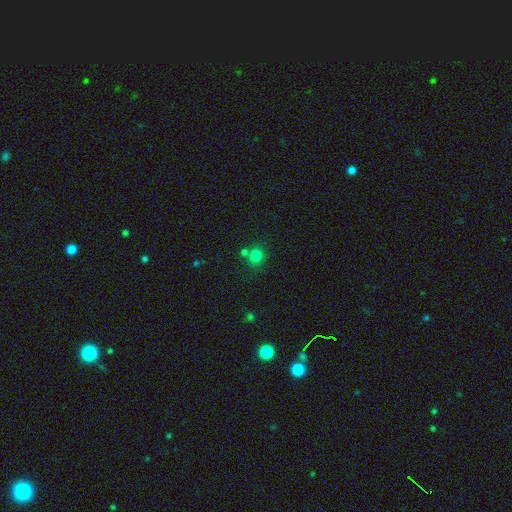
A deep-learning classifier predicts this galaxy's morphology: smooth_or_featured: smooth (p=0.80) [alt: star or artifact p=0.14]
how_rounded: round (p=0.87) [alt: in between p=0.12]
merging: none (p=0.68) [alt: merger p=0.19]